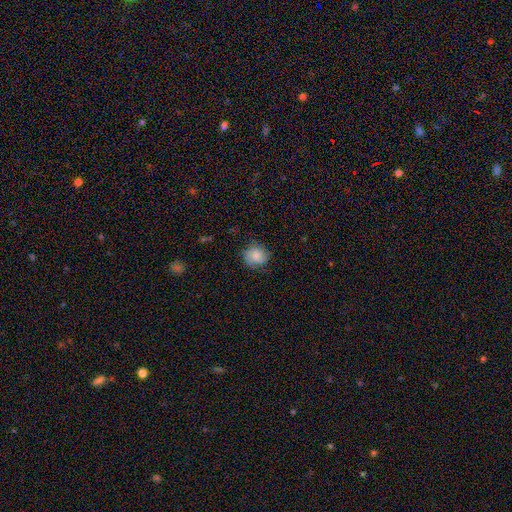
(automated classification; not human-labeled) Smooth or featured? Predicted: smooth (p=0.56). How rounded? Predicted: round (p=0.81). Merging? Predicted: none (p=0.74).